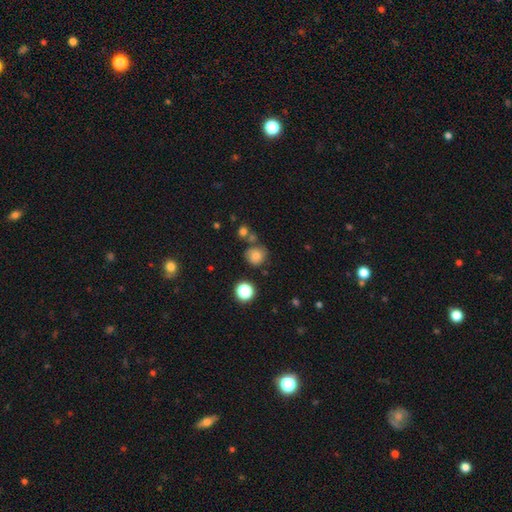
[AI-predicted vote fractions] Smooth or featured: smooth — 77% (star or artifact — 14%)
How rounded: round — 84% (in between — 15%)
Merging: none — 64% (minor disturbance — 16%)